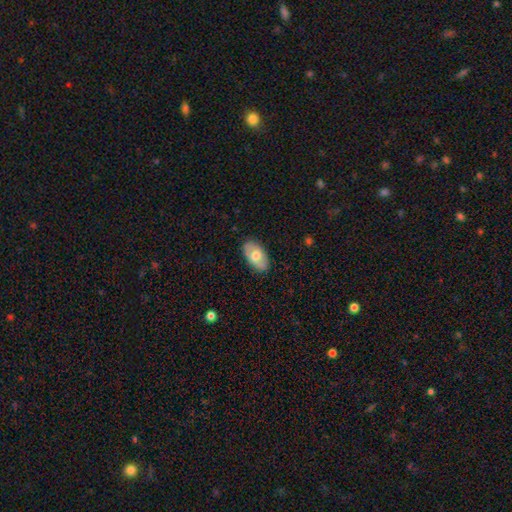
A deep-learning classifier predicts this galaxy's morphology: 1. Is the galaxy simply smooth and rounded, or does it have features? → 62% smooth, 33% featured or disk, 6% star or artifact.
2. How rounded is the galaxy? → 93% in between, 5% round, 2% cigar-shaped.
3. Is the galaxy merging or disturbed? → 85% none, 12% minor disturbance, 2% major disturbance, 1% merger.